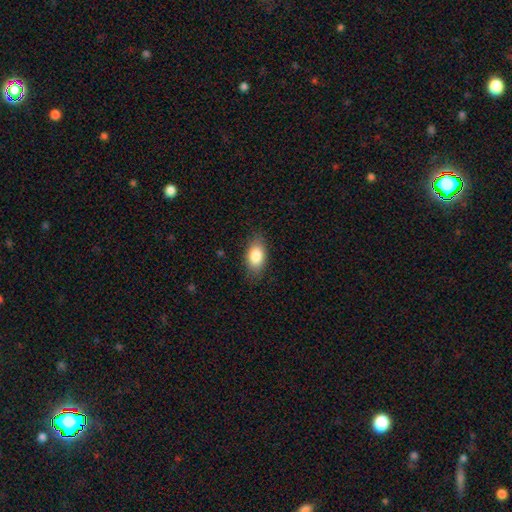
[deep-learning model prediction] A smooth galaxy with no disk features (84%) that is in between round and cigar-shaped (91%).

Vote fractions:
- Smooth or featured? smooth: 84% / featured or disk: 9% / star or artifact: 7%
- How rounded? in between: 91% / round: 6% / cigar-shaped: 3%
- Merging? none: 83% / minor disturbance: 13% / major disturbance: 3% / merger: 1%